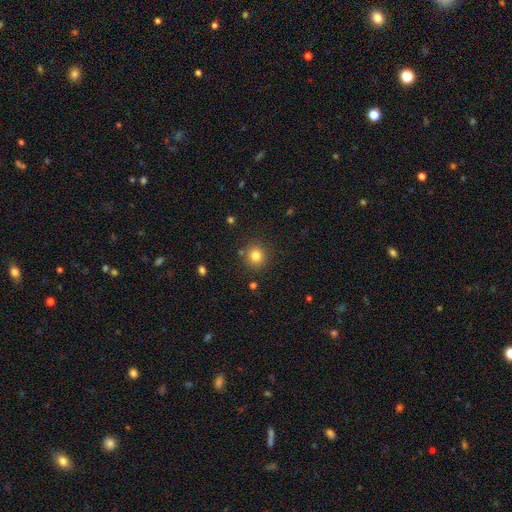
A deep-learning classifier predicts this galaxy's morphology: smooth-or-featured: smooth: 81% | star or artifact: 13% | featured or disk: 7%
  how-rounded: round: 92% | in between: 7% | cigar-shaped: 1%
  merging: none: 87% | minor disturbance: 7% | merger: 3% | major disturbance: 3%